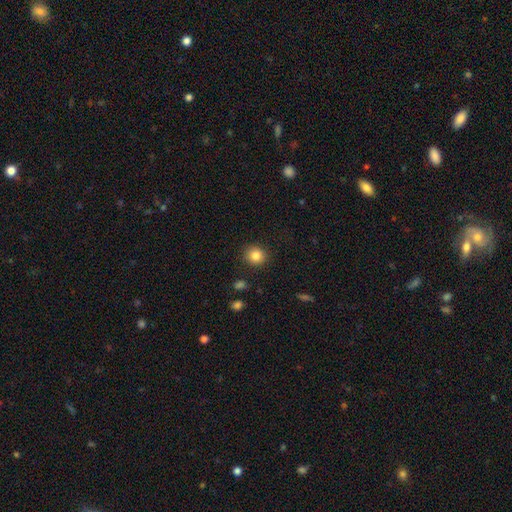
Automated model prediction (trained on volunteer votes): Smooth or featured: smooth — 84% (star or artifact — 10%)
How rounded: round — 88% (in between — 11%)
Merging: none — 90% (minor disturbance — 7%)